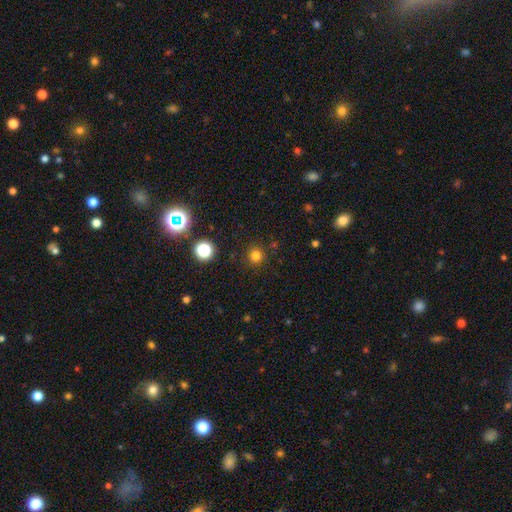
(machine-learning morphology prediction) Q: Smooth or featured?
A: smooth (79%); runner-up: star or artifact (17%)
Q: How rounded?
A: round (94%); runner-up: in between (5%)
Q: Merging?
A: none (89%); runner-up: minor disturbance (6%)